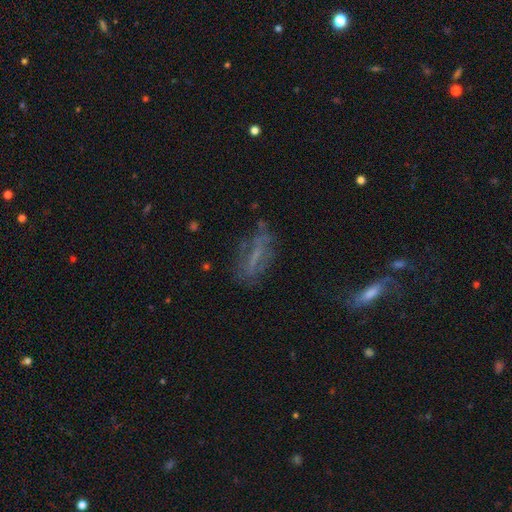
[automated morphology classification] Q: Smooth or featured?
A: featured or disk (45%); runner-up: smooth (38%)
Q: Merging?
A: none (58%); runner-up: minor disturbance (22%)